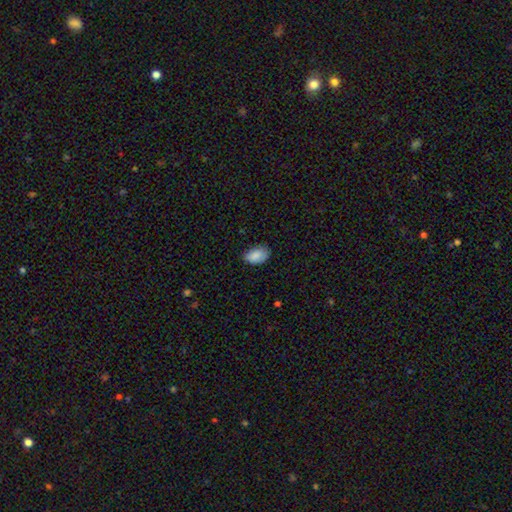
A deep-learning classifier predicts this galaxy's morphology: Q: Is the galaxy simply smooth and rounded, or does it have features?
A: smooth — 87%.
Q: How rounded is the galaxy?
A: in between — 91%.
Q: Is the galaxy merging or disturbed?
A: none — 77%.